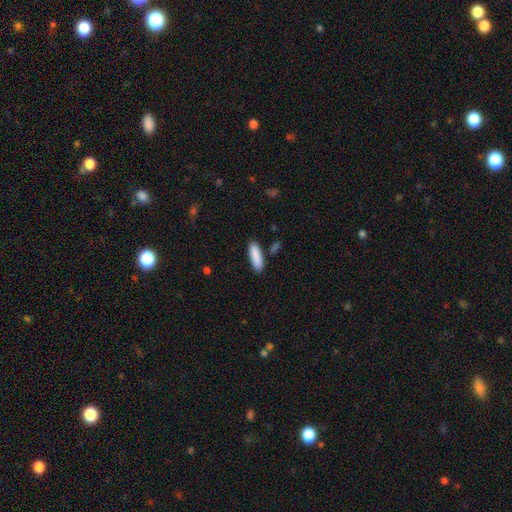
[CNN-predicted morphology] Q: Smooth or featured?
A: smooth (89%); runner-up: star or artifact (6%)
Q: How rounded?
A: cigar-shaped (52%); runner-up: in between (46%)
Q: Merging?
A: none (87%); runner-up: minor disturbance (8%)